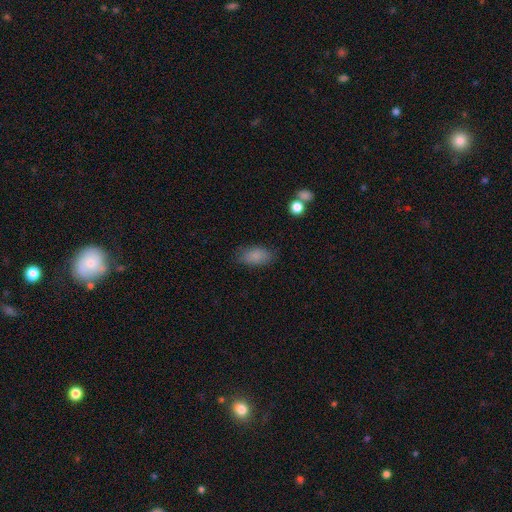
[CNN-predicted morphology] Smooth or featured?
  - smooth: 84% *
  - star or artifact: 9%
  - featured or disk: 7%
How rounded?
  - in between: 90% *
  - round: 6%
  - cigar-shaped: 4%
Merging?
  - none: 80% *
  - minor disturbance: 14%
  - major disturbance: 4%
  - merger: 2%